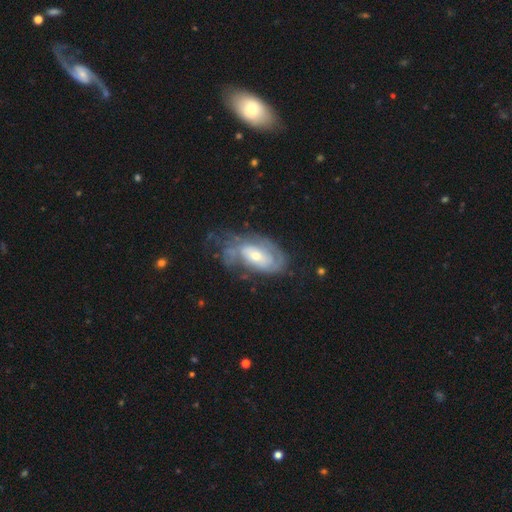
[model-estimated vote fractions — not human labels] Smooth or featured? Predicted: featured or disk (p=0.73). Edge-on disk? Predicted: no (p=0.93). Bar? Predicted: no (p=0.63). Spiral arms? Predicted: yes (p=0.79). Spiral winding? Predicted: tight (p=0.56). Spiral arm count? Predicted: can't tell (p=0.51). Bulge size? Predicted: small (p=0.47, tied with moderate). Merging? Predicted: none (p=0.44).